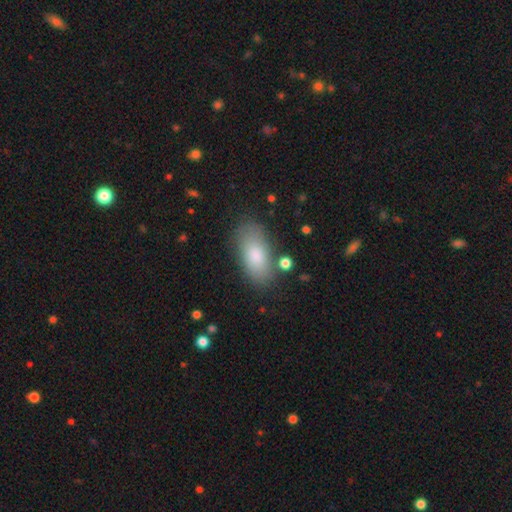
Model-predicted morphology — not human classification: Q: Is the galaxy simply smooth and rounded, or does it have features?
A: smooth — 82%.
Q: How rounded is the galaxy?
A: in between — 91%.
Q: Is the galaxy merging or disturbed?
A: none — 78%.